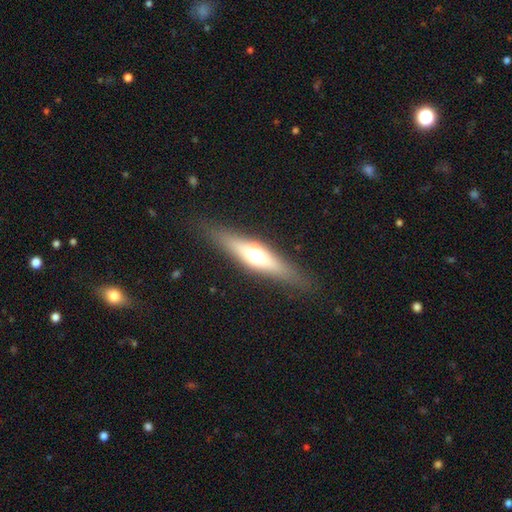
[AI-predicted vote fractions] This is possibly a featured or disk galaxy (53%). It is clearly viewed edge-on (88%). Merging: clearly none (83%).